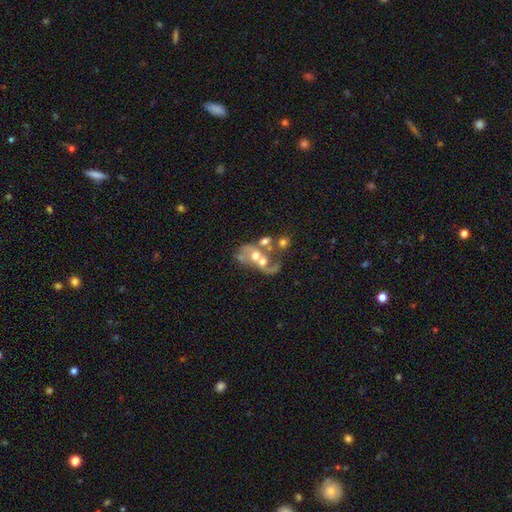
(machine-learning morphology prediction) smooth-or-featured: featured or disk: 59% | smooth: 28% | star or artifact: 12%
  disk-edge-on: no: 97% | yes: 3%
    bar: no: 83% | weak: 13% | strong: 4%
    has-spiral-arms: no: 63% | yes: 37%
    bulge-size: moderate: 54% | small: 15% | large: 14% | none: 14% | dominant: 3%
  merging: merger: 58% | major disturbance: 20% | none: 14% | minor disturbance: 8%